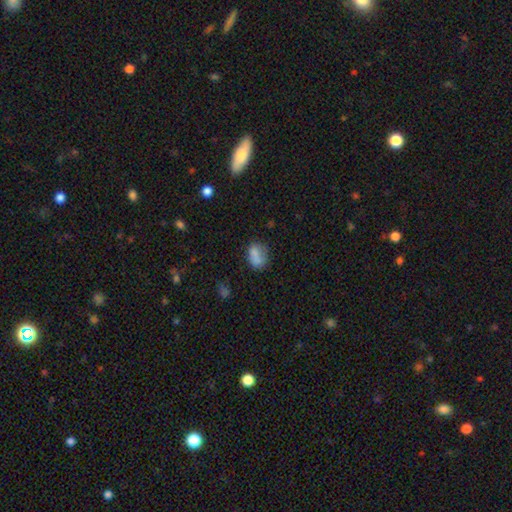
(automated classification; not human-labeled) This is likely a smooth galaxy (78%). How rounded: likely in between (74%). Merging: possibly none (54%).